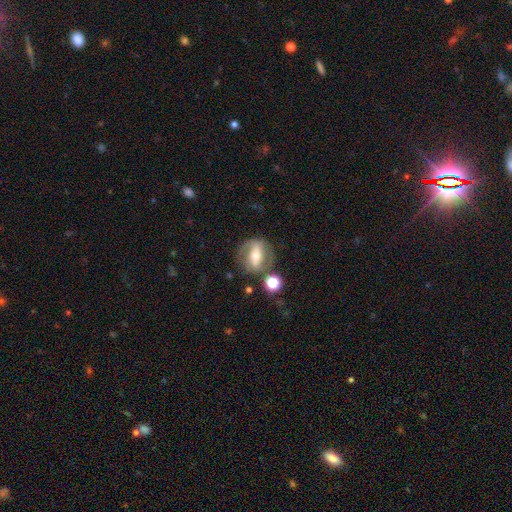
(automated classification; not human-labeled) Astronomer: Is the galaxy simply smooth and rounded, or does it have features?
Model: featured or disk — 64%.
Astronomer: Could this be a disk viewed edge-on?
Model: no — 88%.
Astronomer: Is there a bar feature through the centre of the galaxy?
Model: strong — 63%.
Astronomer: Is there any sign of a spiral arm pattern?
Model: yes — 55% (runner-up: no, 45%).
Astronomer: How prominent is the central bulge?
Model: moderate — 61%.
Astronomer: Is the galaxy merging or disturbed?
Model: none — 69%.